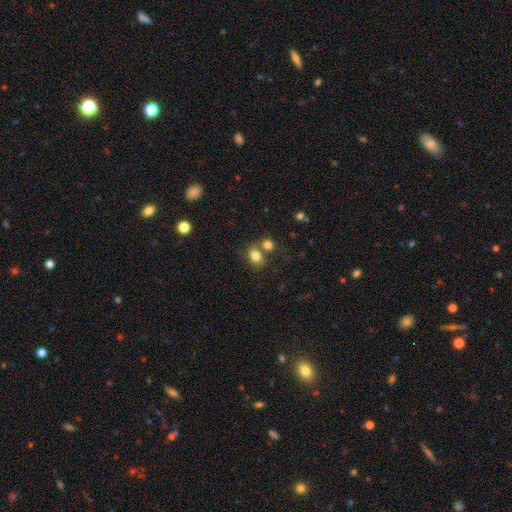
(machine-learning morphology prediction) Overall: smooth (80%). How rounded: round (53%; in between 46%). Merging: none (48%; merger 36%).